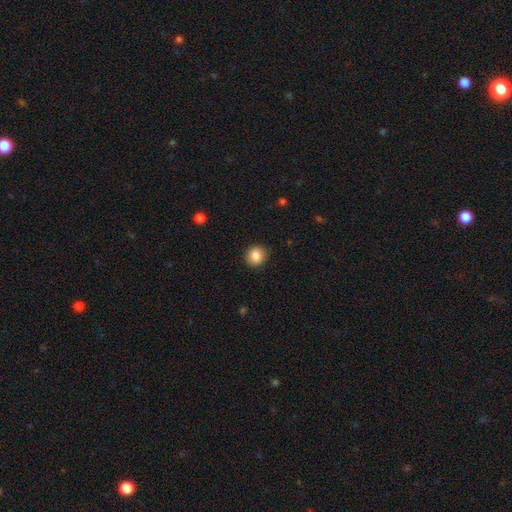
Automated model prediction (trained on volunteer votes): Smooth or featured: smooth — 87% (star or artifact — 9%)
How rounded: round — 84% (in between — 15%)
Merging: none — 91% (minor disturbance — 6%)